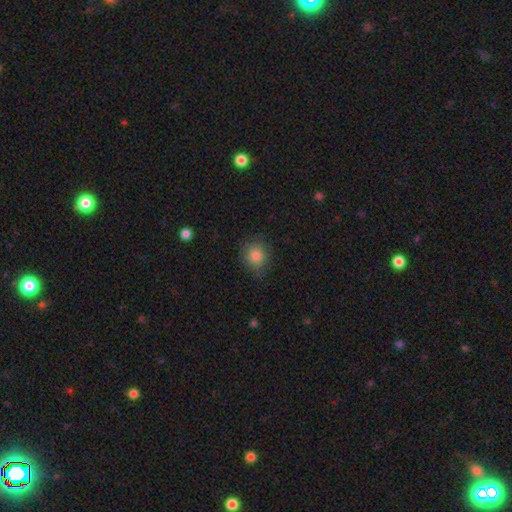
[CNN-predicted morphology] Smooth or featured: smooth — 83% (star or artifact — 10%)
How rounded: round — 83% (in between — 16%)
Merging: none — 79% (minor disturbance — 16%)